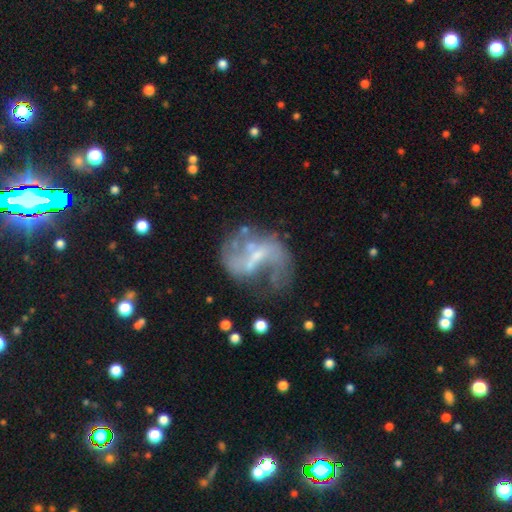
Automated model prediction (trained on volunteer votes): The model was most divided on "merging": none: 44%, major disturbance: 28%, minor disturbance: 19%, merger: 9%. Remaining: edge-on disk — no (97%); smooth or featured — featured or disk (75%); spiral arms — yes (71%); spiral arm count — 2 (69%); spiral winding — loose (65%); bulge size — small (50%); bar — weak (46%).